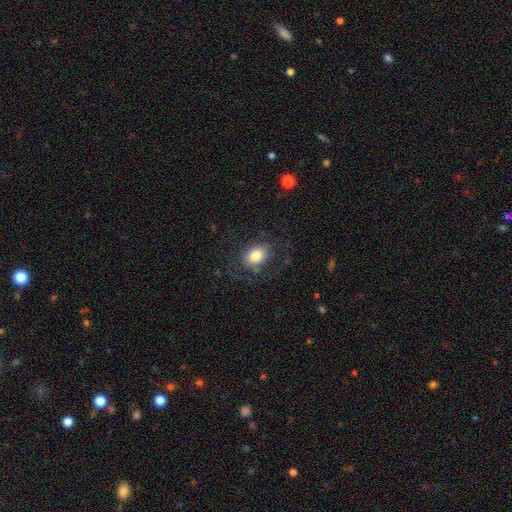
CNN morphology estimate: This appears to be a smooth galaxy with no disk features (76%) that is in between round and cigar-shaped (74%). Merging: none (67%).